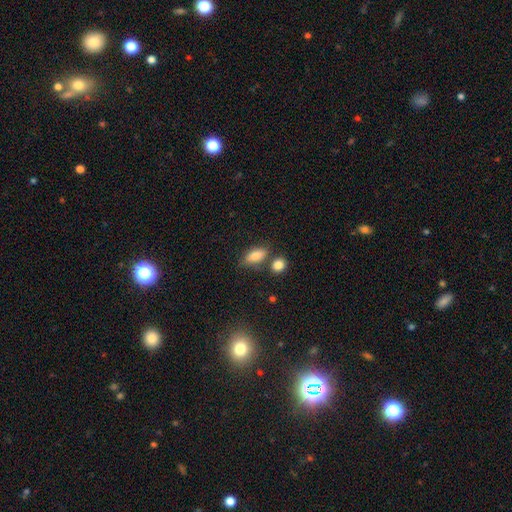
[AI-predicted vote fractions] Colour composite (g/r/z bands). It shows a smooth galaxy with no disk features (82%) that is in between round and cigar-shaped (82%). Merging: none (61%).